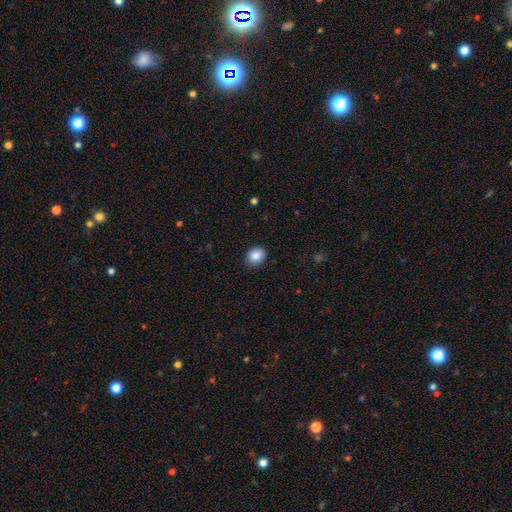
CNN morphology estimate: The model was most divided on "how rounded": round: 62%, in between: 37%, cigar-shaped: 1%. More confident: merging — none (87%); smooth or featured — smooth (86%).